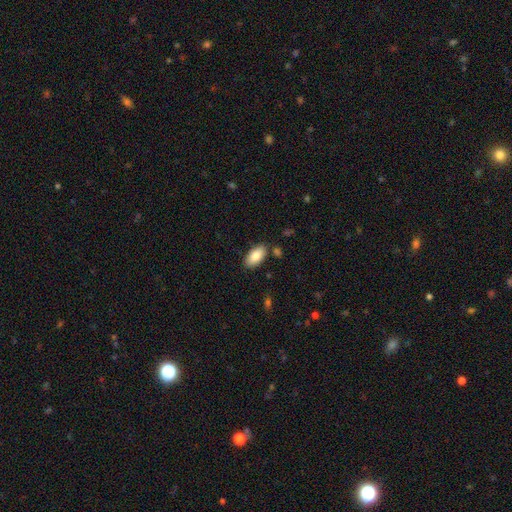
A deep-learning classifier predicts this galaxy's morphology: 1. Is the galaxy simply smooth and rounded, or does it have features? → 84% smooth, 9% featured or disk, 6% star or artifact.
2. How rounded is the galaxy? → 94% in between, 4% cigar-shaped, 2% round.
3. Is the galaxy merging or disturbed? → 85% none, 10% minor disturbance, 3% merger, 2% major disturbance.